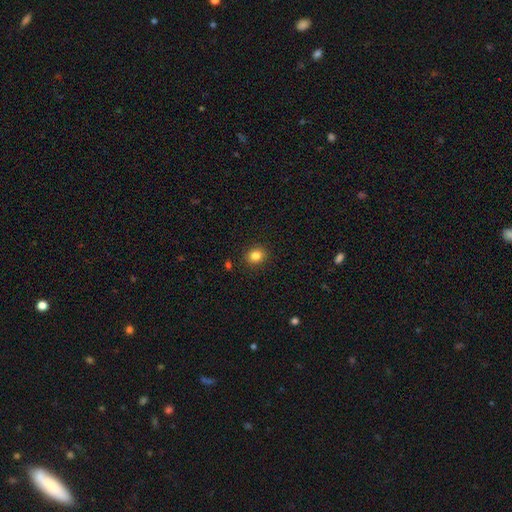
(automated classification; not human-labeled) Smooth or featured? Predicted: smooth (p=0.83). How rounded? Predicted: round (p=0.73). Merging? Predicted: none (p=0.90).